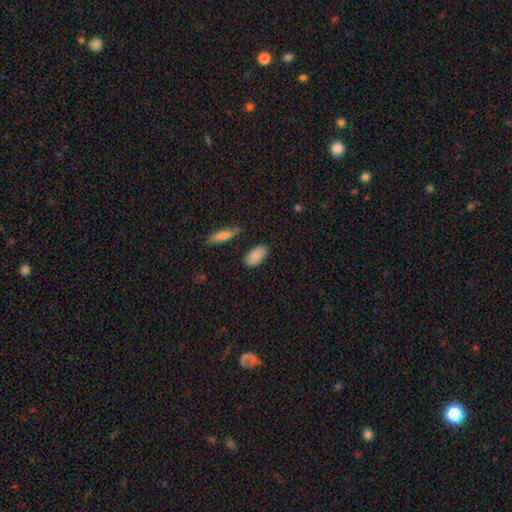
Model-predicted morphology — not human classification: A smooth galaxy with no disk features (86%) that is in between round and cigar-shaped (93%). Merging: none (82%).